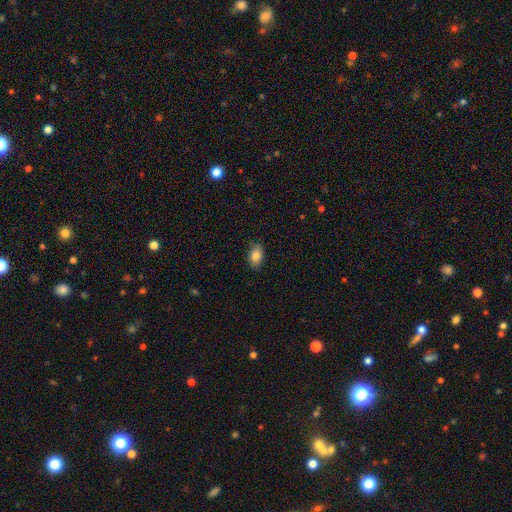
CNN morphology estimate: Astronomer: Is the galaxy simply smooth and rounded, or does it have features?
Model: smooth — 83%.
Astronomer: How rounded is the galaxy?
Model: in between — 89%.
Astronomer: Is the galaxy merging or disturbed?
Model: none — 84%.